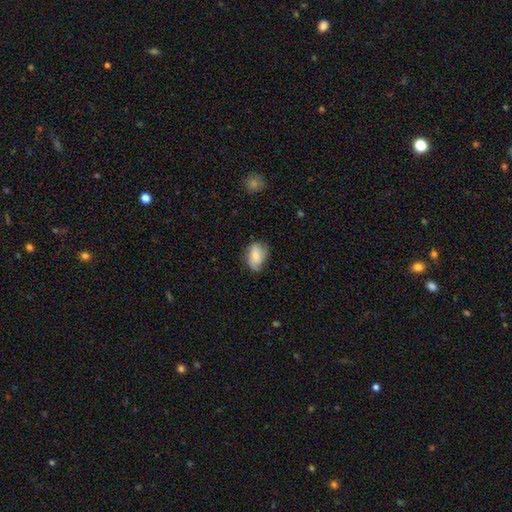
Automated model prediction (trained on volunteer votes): Smooth or featured? Predicted: smooth (p=0.68). How rounded? Predicted: in between (p=0.78). Merging? Predicted: none (p=0.53).